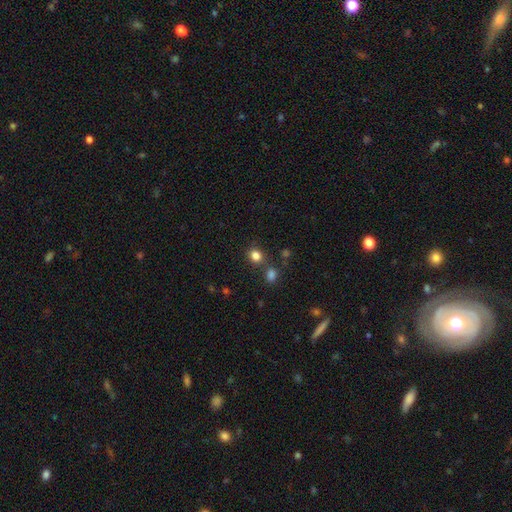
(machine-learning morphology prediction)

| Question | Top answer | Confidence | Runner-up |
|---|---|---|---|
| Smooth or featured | smooth | 82% | star or artifact (13%) |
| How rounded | round | 66% | in between (33%) |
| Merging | none | 73% | merger (13%) |